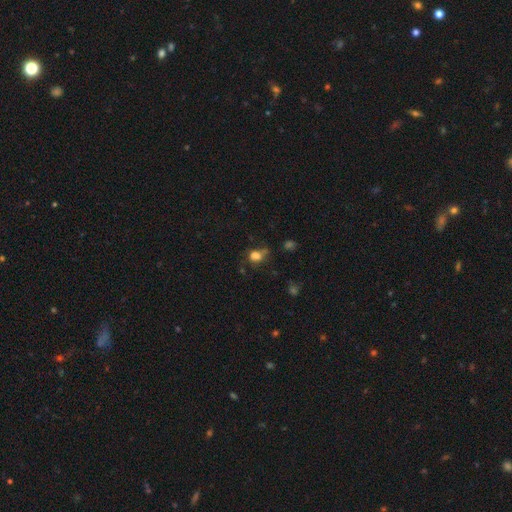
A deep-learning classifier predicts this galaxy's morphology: Smooth or featured? Predicted: smooth (p=0.74). How rounded? Predicted: round (p=0.52). Merging? Predicted: none (p=0.49).